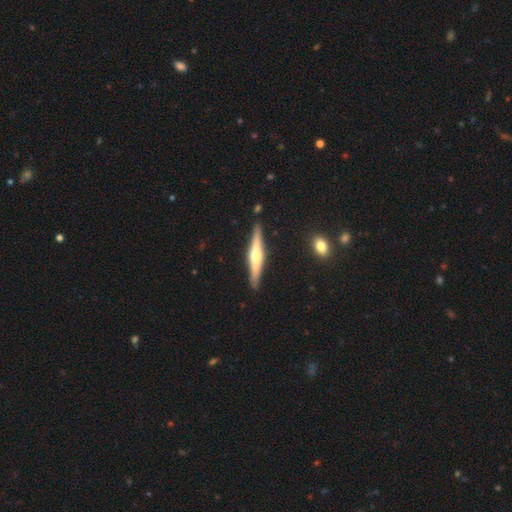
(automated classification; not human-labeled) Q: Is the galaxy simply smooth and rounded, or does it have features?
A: featured or disk — 67%.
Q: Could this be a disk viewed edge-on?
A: yes — 97%.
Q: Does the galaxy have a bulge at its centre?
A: rounded — 82%.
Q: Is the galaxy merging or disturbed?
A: none — 89%.